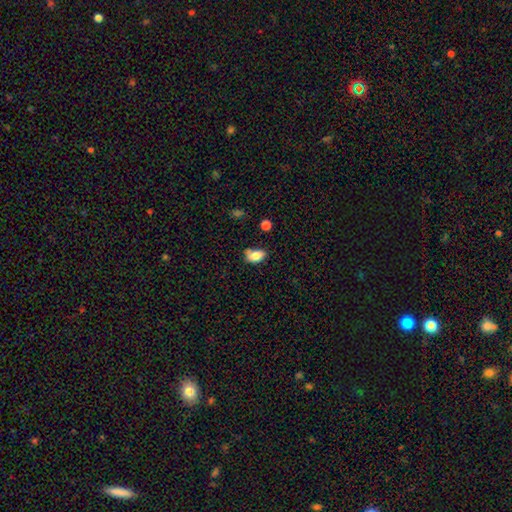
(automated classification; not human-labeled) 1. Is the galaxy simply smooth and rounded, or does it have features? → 82% smooth, 10% featured or disk, 9% star or artifact.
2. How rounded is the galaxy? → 88% in between, 9% round, 2% cigar-shaped.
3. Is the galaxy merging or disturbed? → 51% none, 32% minor disturbance, 8% major disturbance, 8% merger.